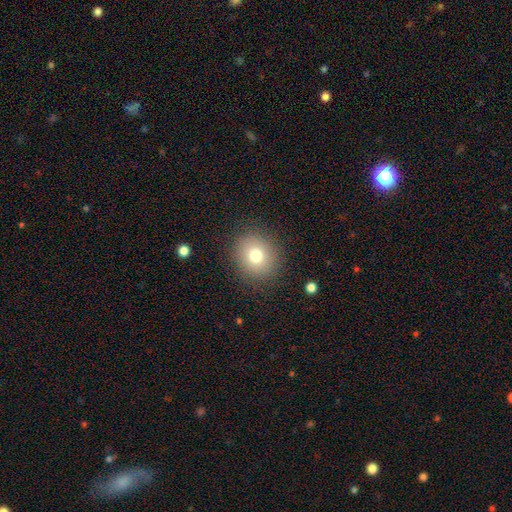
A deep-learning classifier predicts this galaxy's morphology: This appears to be a smooth galaxy with no disk features (75%) that is round (78%). Merging: none (87%).